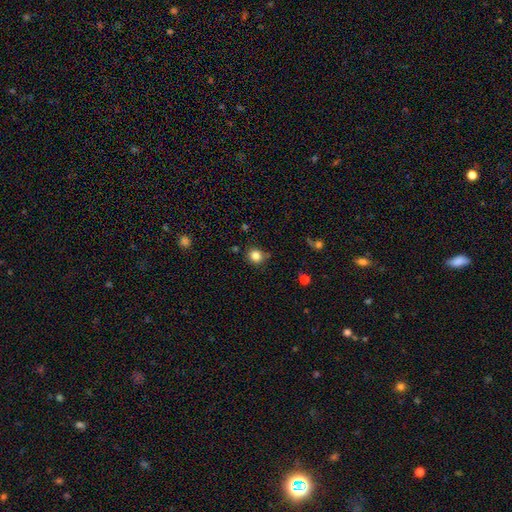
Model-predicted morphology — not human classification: This appears to be a smooth galaxy with no disk features (84%) that is round (89%). Merging: none (80%).